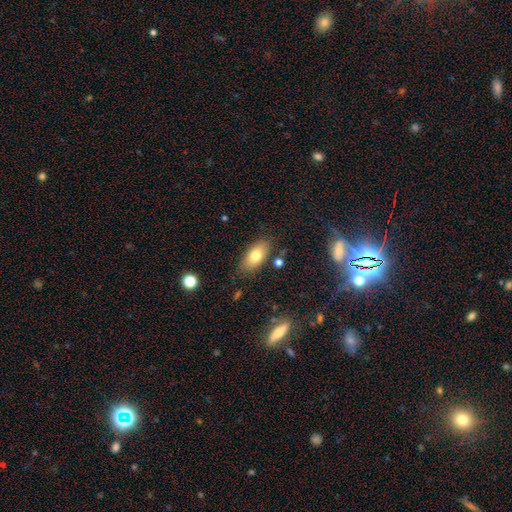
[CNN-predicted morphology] Smooth or featured?
  - smooth: 76% *
  - featured or disk: 16%
  - star or artifact: 8%
How rounded?
  - in between: 89% *
  - cigar-shaped: 7%
  - round: 4%
Merging?
  - none: 80% *
  - minor disturbance: 14%
  - major disturbance: 3%
  - merger: 3%